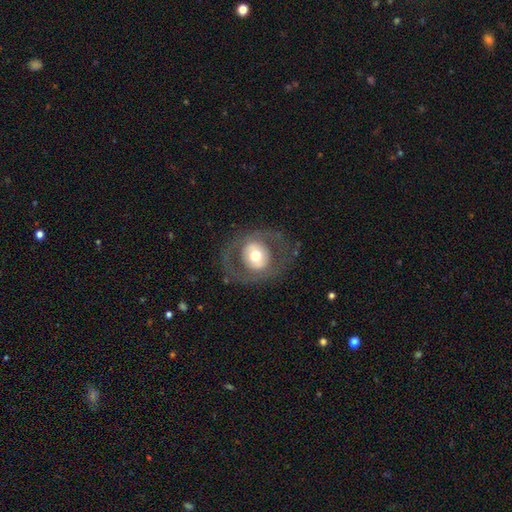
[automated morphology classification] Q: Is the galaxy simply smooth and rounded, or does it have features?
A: featured or disk — 53%.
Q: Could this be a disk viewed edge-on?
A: no — 95%.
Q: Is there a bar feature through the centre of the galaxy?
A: no — 72%.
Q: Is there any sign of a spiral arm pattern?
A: no — 82%.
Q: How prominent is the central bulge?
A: moderate — 61%.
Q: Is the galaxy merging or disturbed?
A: none — 76%.